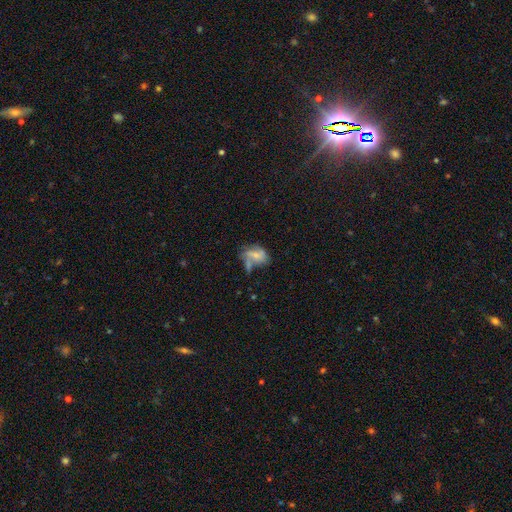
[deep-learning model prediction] A smooth galaxy with no disk features (45%).

Vote fractions:
- Smooth or featured? smooth: 45% / featured or disk: 43% / star or artifact: 12%
- Merging? none: 29% / major disturbance: 25% / merger: 23% / minor disturbance: 22%